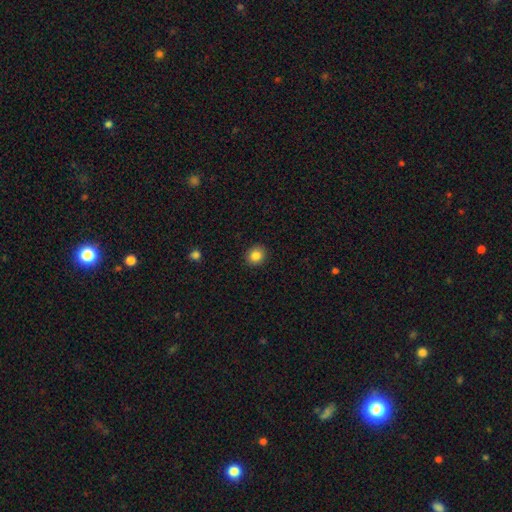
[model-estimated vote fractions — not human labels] This is clearly a smooth galaxy (85%). How rounded: clearly round (80%). Merging: clearly none (91%).